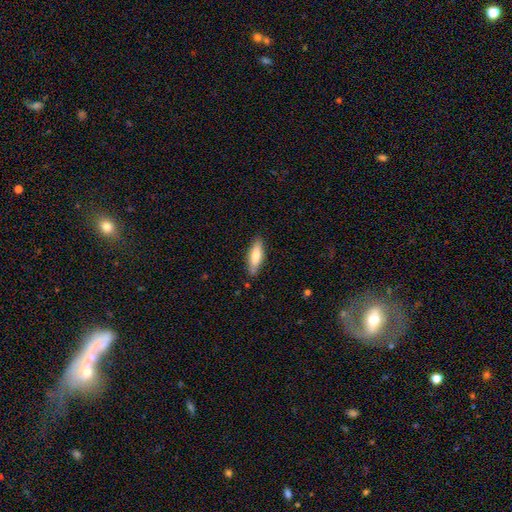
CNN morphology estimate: This is likely a smooth galaxy (72%). How rounded: possibly cigar-shaped (54%). Merging: clearly none (86%).